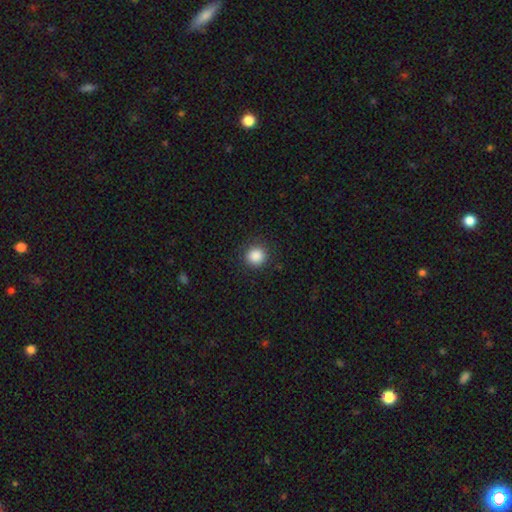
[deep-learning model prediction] Smooth or featured? Predicted: smooth (p=0.87). How rounded? Predicted: round (p=0.93). Merging? Predicted: none (p=0.90).